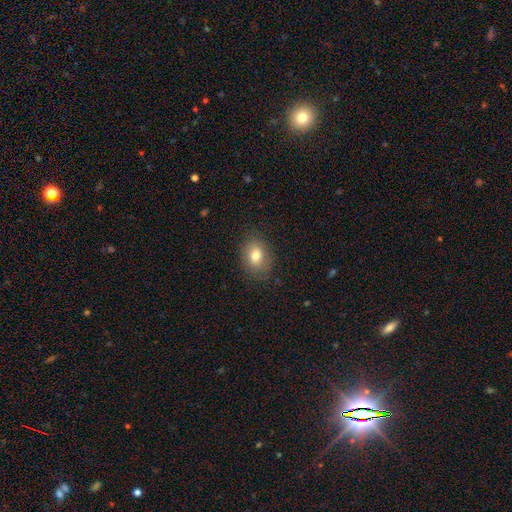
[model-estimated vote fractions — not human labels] Smooth or featured? smooth (77%)
How rounded? in between (62%)
Merging? none (84%)